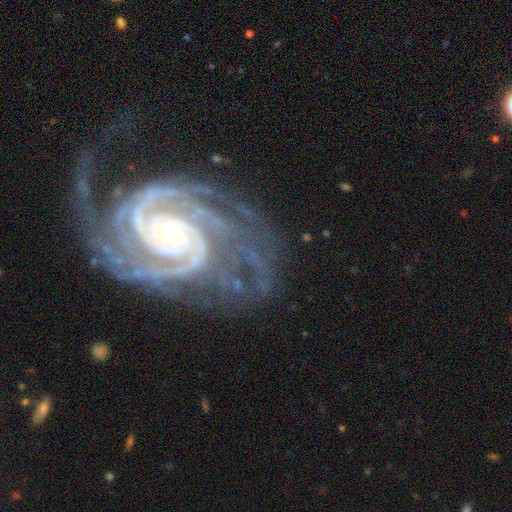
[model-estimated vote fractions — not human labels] A featured or disk galaxy (93%) with no bar (64%), 2 (44%) tight (71%) spiral arms (99%) and a small central bulge (72%).

Vote fractions:
- Smooth or featured? featured or disk: 93% / star or artifact: 5% / smooth: 2%
- Edge-on disk? no: 98% / yes: 2%
- Bar? no: 64% / weak: 22% / strong: 14%
- Spiral arms? yes: 99% / no: 1%
- Spiral winding? tight: 71% / medium: 26% / loose: 3%
- Spiral arm count? 2: 44% / 3: 22% / 4: 12% / can't tell: 9% / more than 4: 7% / 1: 6%
- Bulge size? small: 72% / moderate: 24% / large: 2% / none: 2% / dominant: 1%
- Merging? none: 64% / minor disturbance: 20% / major disturbance: 14% / merger: 3%